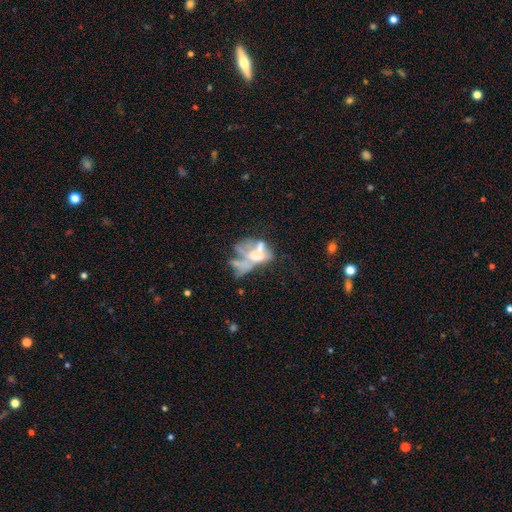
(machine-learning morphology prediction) featured or disk 57%, smooth 28%, star or artifact 15%. Down the decision tree: edge-on disk — no (95%); bar — no (89%); spiral arms — no (94%); bulge size — none (39%); merging — merger (38%).